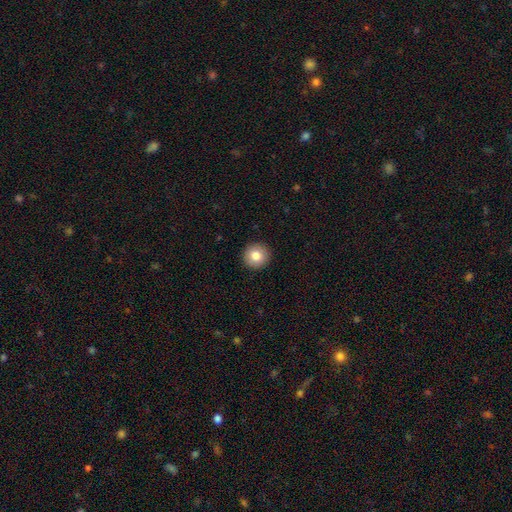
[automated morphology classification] Smooth or featured? smooth (82%)
How rounded? round (95%)
Merging? none (93%)